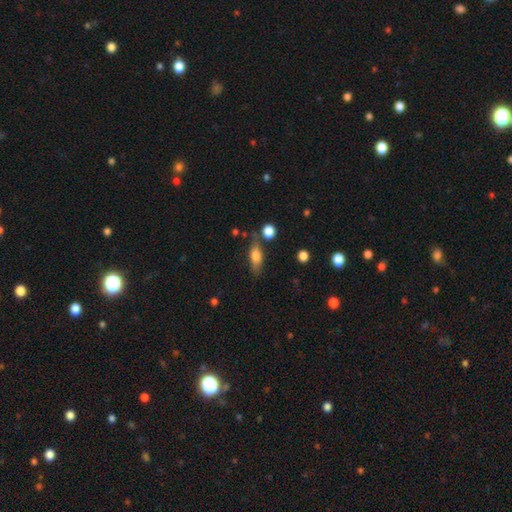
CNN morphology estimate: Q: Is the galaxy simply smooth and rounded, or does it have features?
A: smooth — 65%.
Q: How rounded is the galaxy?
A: in between — 64%.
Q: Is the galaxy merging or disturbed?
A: none — 67%.